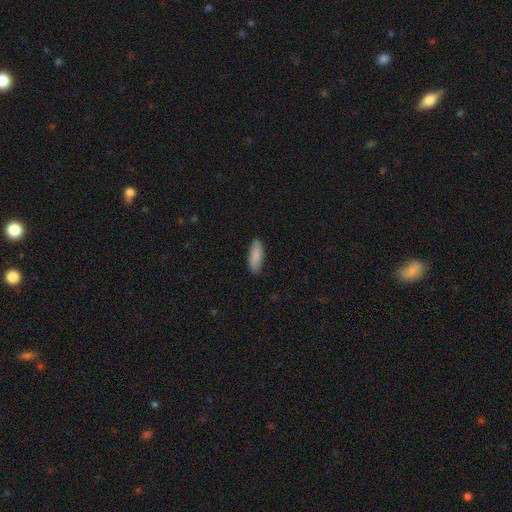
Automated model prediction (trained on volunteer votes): This appears to be a smooth galaxy with no disk features (88%) that is in between round and cigar-shaped (65%). Merging: none (88%).